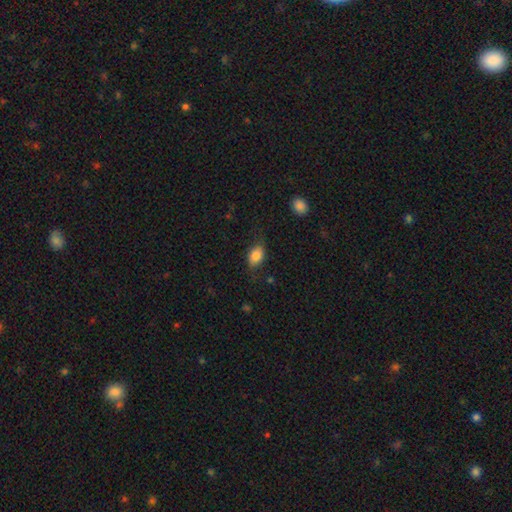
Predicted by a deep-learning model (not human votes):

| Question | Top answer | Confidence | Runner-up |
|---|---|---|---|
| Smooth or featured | smooth | 82% | featured or disk (10%) |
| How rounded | in between | 82% | round (16%) |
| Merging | none | 70% | minor disturbance (21%) |